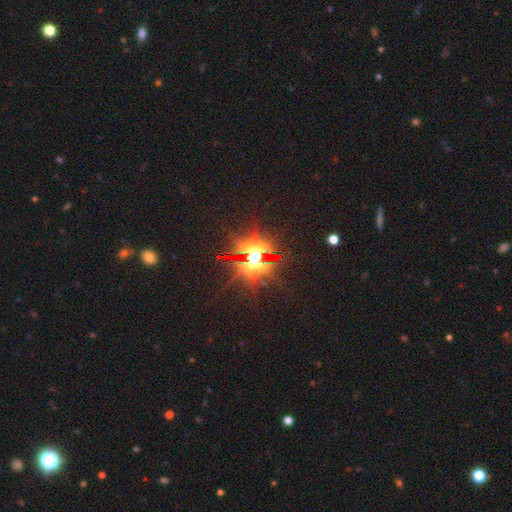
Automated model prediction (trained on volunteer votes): Smooth or featured: star or artifact — 75% (smooth — 14%)